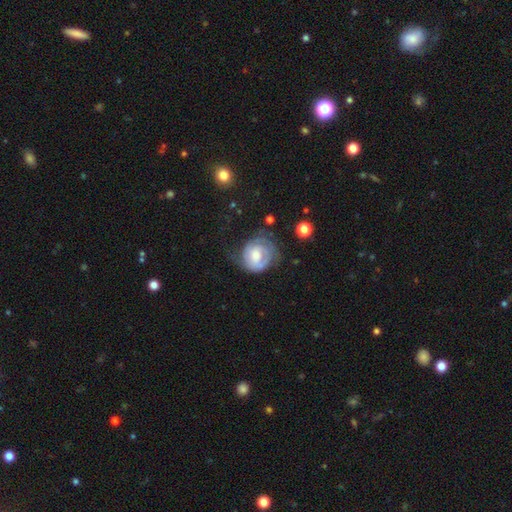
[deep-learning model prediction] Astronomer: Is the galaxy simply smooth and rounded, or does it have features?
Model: featured or disk — 60%.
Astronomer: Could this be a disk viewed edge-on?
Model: no — 97%.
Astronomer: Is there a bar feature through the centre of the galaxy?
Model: no — 56% (runner-up: weak, 36%).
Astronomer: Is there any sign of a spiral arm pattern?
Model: yes — 77%.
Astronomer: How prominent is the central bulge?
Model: moderate — 49%.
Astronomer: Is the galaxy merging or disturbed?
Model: none — 47% (runner-up: minor disturbance, 27%).